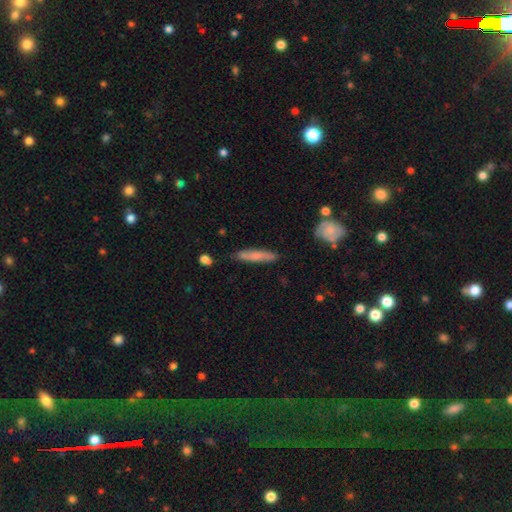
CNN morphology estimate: type=smooth (66%); roundness=cigar-shaped (88%); merging=none (83%).